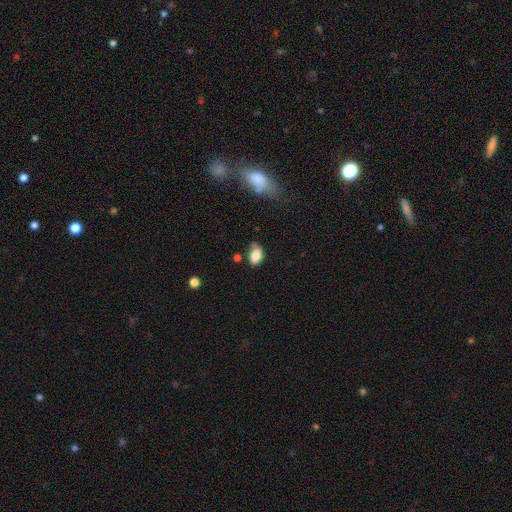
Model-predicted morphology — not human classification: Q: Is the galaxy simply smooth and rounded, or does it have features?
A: smooth — 80%.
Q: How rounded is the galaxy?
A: in between — 88%.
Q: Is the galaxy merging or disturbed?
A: none — 46%.